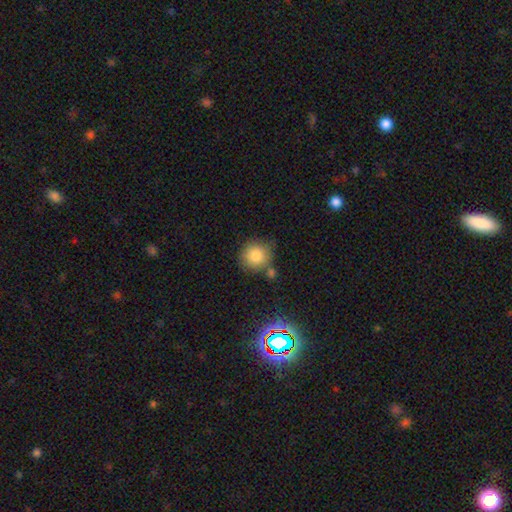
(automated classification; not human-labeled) This is clearly a smooth galaxy (83%). How rounded: clearly round (90%). Merging: likely none (69%).